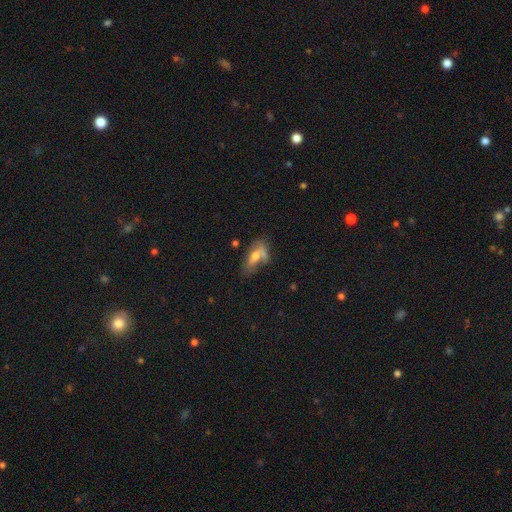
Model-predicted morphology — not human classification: This appears to be a smooth galaxy with no disk features (59%) that is in between round and cigar-shaped (78%). Merging: none (35%).